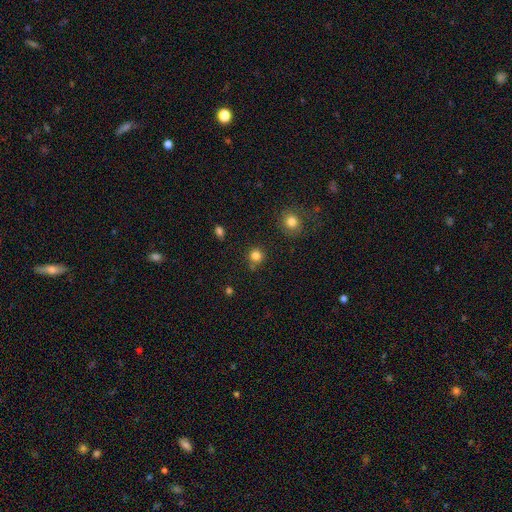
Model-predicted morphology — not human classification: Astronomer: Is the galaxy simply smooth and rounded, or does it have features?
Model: smooth — 81%.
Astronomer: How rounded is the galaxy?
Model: round — 92%.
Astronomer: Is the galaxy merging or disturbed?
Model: none — 81%.